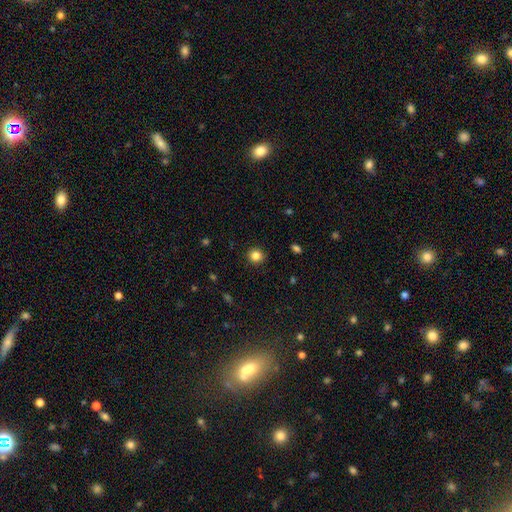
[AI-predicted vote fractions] A smooth galaxy with no disk features (84%) that is round (90%).

Vote fractions:
- Smooth or featured? smooth: 84% / star or artifact: 11% / featured or disk: 5%
- How rounded? round: 90% / in between: 9% / cigar-shaped: 1%
- Merging? none: 91% / minor disturbance: 6% / major disturbance: 2% / merger: 1%